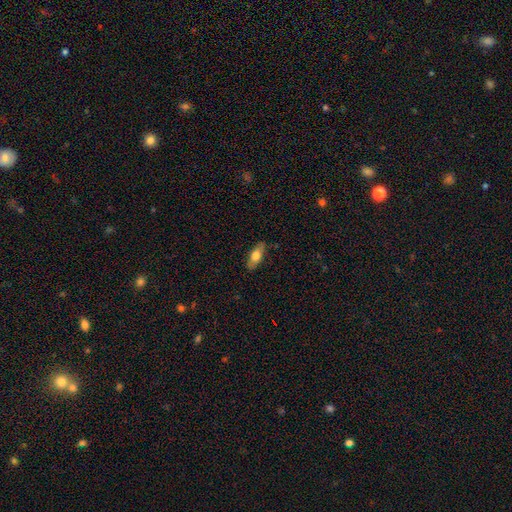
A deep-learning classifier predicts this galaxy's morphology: Smooth or featured?
  - smooth: 67% *
  - featured or disk: 27%
  - star or artifact: 6%
How rounded?
  - in between: 76% *
  - cigar-shaped: 20%
  - round: 3%
Merging?
  - none: 83% *
  - minor disturbance: 13%
  - major disturbance: 2%
  - merger: 1%